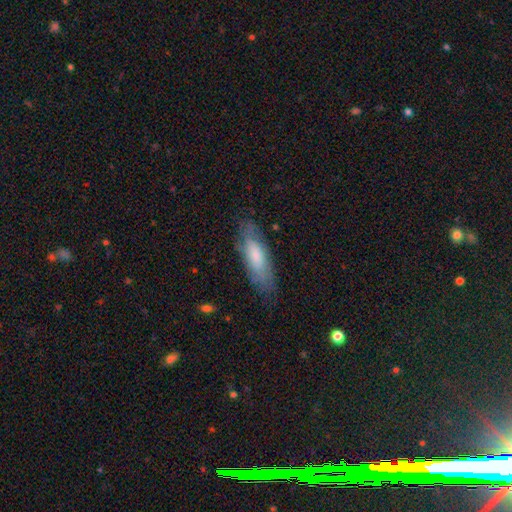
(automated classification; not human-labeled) smooth_or_featured: smooth (p=0.63) [alt: featured or disk p=0.31]
how_rounded: in between (p=0.56) [alt: cigar-shaped p=0.43]
merging: none (p=0.75) [alt: minor disturbance p=0.19]